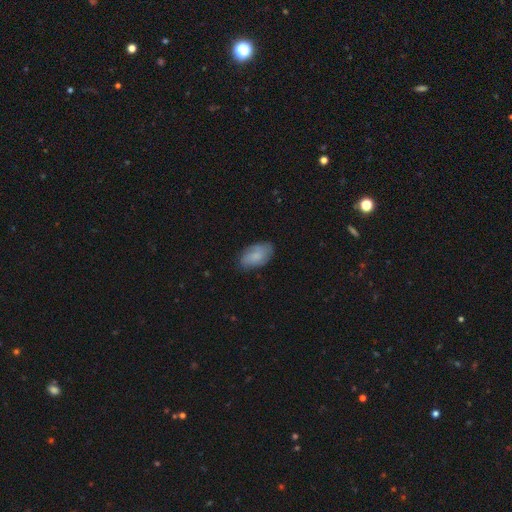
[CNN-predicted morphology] Overall: smooth (66%; featured or disk 27%). How rounded: in between (93%). Merging: none (74%).